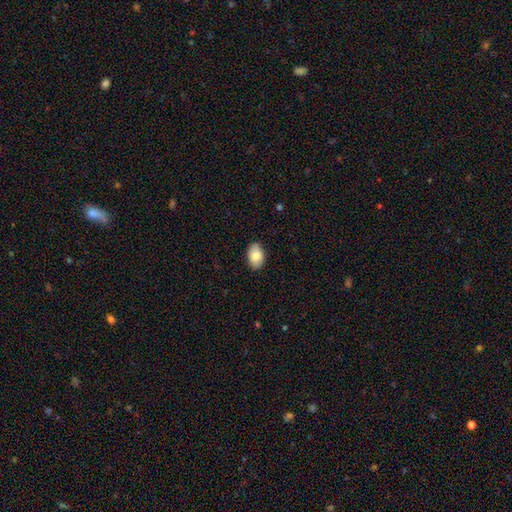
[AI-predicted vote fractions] smooth 82%, featured or disk 11%, star or artifact 7%. Down the decision tree: how rounded — in between (89%); merging — none (84%).